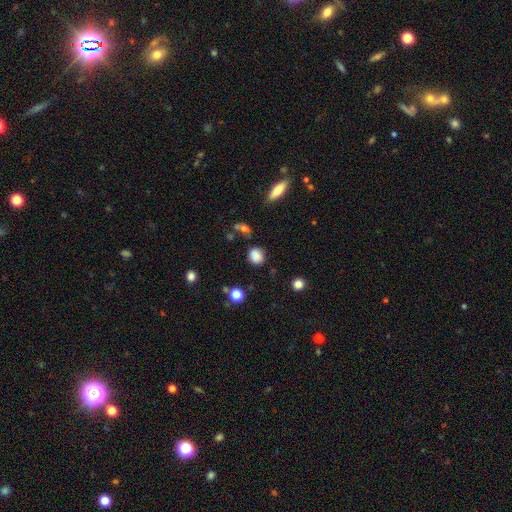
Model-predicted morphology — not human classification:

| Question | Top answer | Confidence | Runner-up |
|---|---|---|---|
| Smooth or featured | smooth | 83% | star or artifact (12%) |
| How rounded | round | 67% | in between (31%) |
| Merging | none | 76% | minor disturbance (16%) |